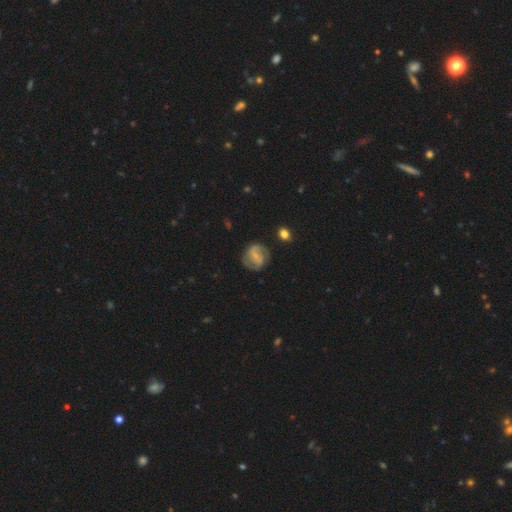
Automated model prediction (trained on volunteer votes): Overall: featured or disk (72%). Edge-on disk: no (97%). Bar: weak (43%; strong 39%). Spiral arms: yes (88%). Spiral arm count: 2 (85%). Spiral winding: medium (46%; loose 29%). Bulge size: small (48%; none 36%). Merging: none (76%).